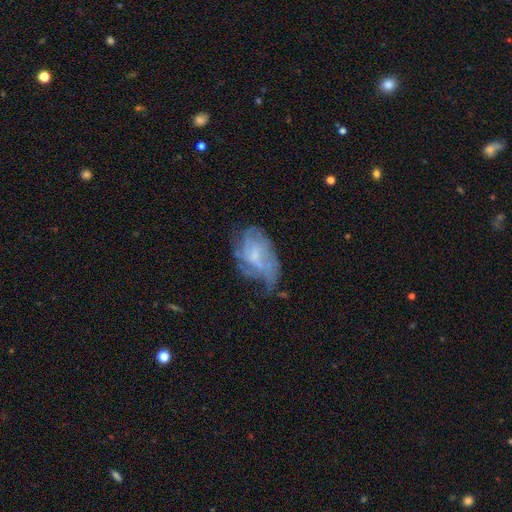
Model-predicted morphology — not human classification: Smooth or featured?
  - featured or disk: 63% *
  - smooth: 27%
  - star or artifact: 9%
Edge-on disk?
  - no: 96% *
  - yes: 4%
Bar?
  - no: 60% *
  - weak: 34%
  - strong: 6%
Spiral arms?
  - yes: 70% *
  - no: 30%
Bulge size?
  - small: 47% *
  - moderate: 26%
  - none: 23%
  - large: 3%
  - dominant: 1%
Merging?
  - none: 36% *
  - minor disturbance: 32%
  - major disturbance: 28%
  - merger: 3%